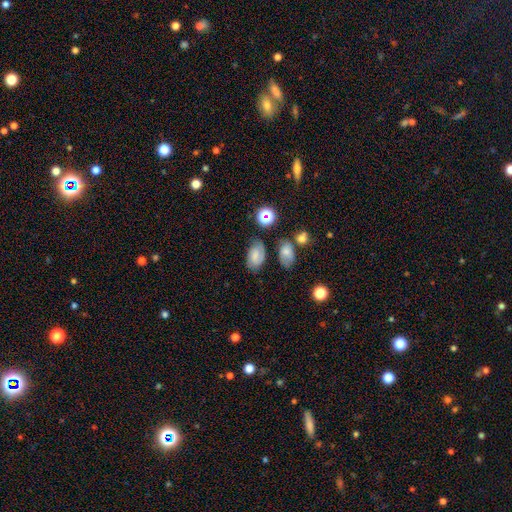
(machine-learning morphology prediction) smooth-or-featured: smooth: 50% | featured or disk: 36% | star or artifact: 14%
  how-rounded: in between: 86% | round: 12% | cigar-shaped: 2%
  merging: none: 66% | minor disturbance: 20% | major disturbance: 8% | merger: 6%